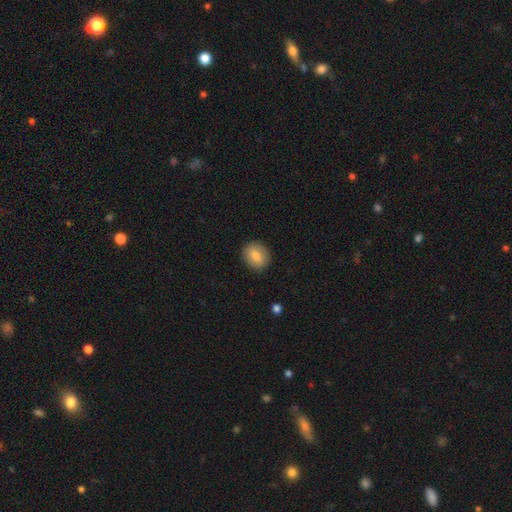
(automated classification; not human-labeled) smooth_or_featured: smooth (p=0.80) [alt: featured or disk p=0.11]
how_rounded: round (p=0.67) [alt: in between p=0.32]
merging: none (p=0.89) [alt: minor disturbance p=0.08]